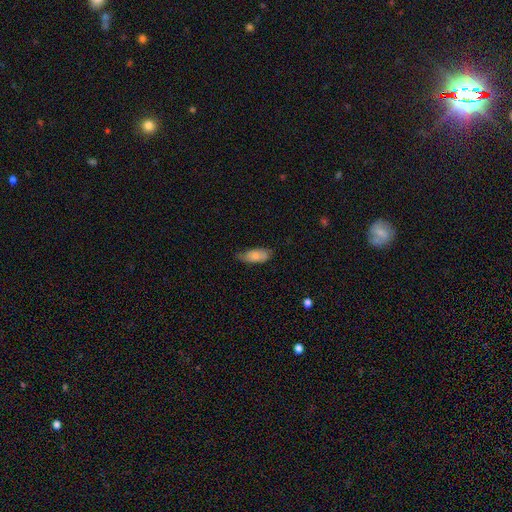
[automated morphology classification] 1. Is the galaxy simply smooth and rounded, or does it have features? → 77% smooth, 17% featured or disk, 6% star or artifact.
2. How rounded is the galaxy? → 84% in between, 14% cigar-shaped, 2% round.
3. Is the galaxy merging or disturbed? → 63% none, 30% minor disturbance, 6% major disturbance, 1% merger.